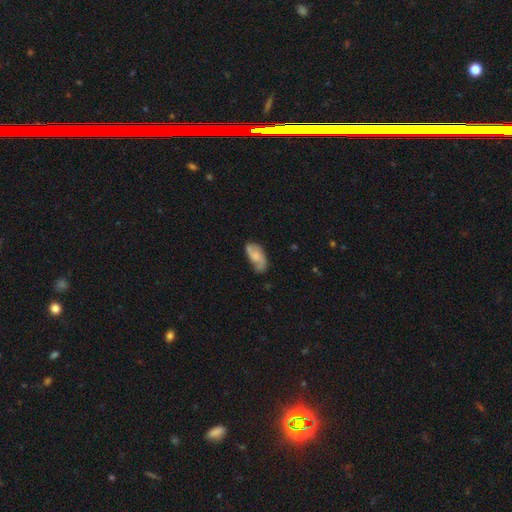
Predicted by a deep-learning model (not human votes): Morphology: type=featured or disk (50%); merging=none (60%).